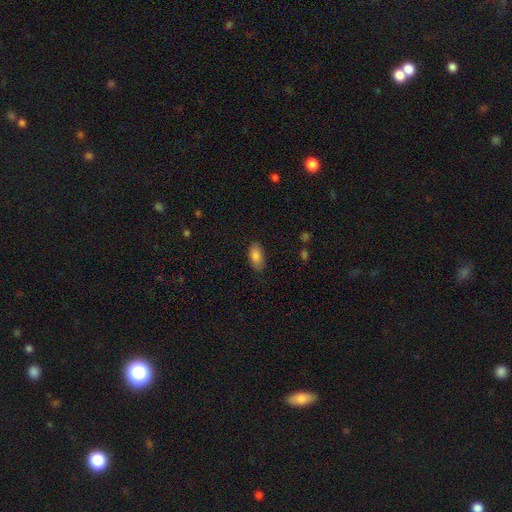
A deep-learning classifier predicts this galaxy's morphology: Smooth or featured? smooth (86%)
How rounded? in between (92%)
Merging? none (82%)